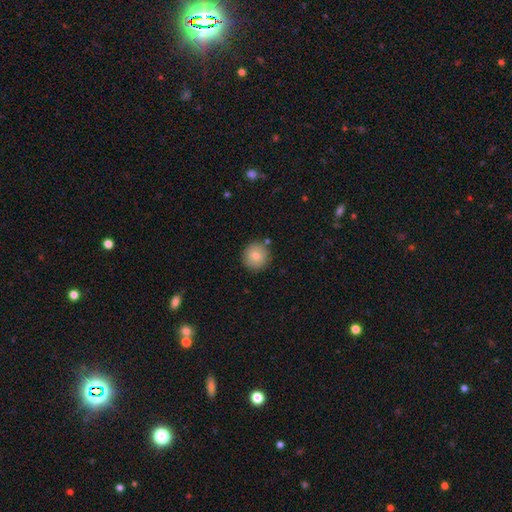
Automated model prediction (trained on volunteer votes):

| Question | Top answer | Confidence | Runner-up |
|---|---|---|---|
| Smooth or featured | smooth | 84% | star or artifact (9%) |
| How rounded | round | 94% | in between (5%) |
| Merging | none | 87% | minor disturbance (8%) |